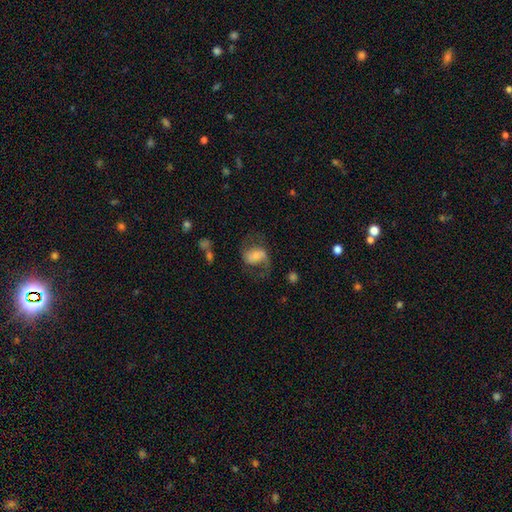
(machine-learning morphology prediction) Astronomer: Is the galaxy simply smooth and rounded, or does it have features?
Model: featured or disk — 60%.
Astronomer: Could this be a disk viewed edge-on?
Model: no — 97%.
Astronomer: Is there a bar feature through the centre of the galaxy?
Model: no — 43% (runner-up: weak, 39%).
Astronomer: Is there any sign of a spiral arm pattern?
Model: yes — 89%.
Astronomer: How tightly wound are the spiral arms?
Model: loose — 55% (runner-up: medium, 37%).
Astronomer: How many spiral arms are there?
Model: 2 — 71%.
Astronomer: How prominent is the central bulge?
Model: small — 32% (runner-up: moderate, 25%).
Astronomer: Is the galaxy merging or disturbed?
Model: none — 49% (runner-up: major disturbance, 28%).